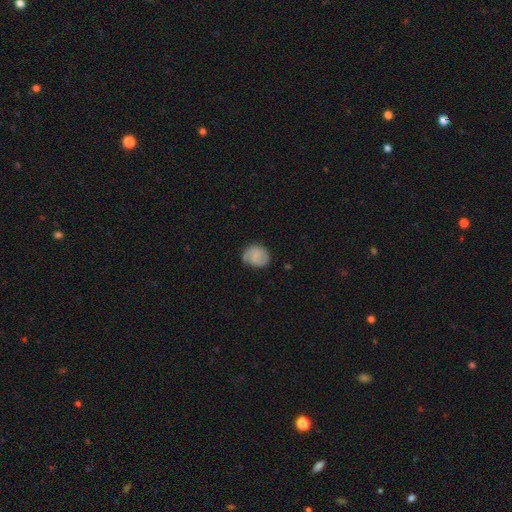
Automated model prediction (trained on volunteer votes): smooth-or-featured: smooth: 59% | featured or disk: 33% | star or artifact: 8%
  how-rounded: round: 64% | in between: 35% | cigar-shaped: 1%
  merging: none: 68% | minor disturbance: 24% | major disturbance: 7% | merger: 1%